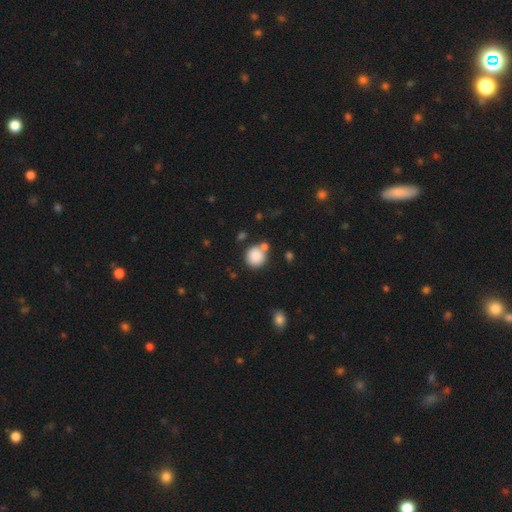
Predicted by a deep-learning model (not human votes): smooth-or-featured: smooth: 86% | star or artifact: 9% | featured or disk: 5%
  how-rounded: round: 88% | in between: 11% | cigar-shaped: 1%
  merging: none: 69% | merger: 16% | minor disturbance: 11% | major disturbance: 4%